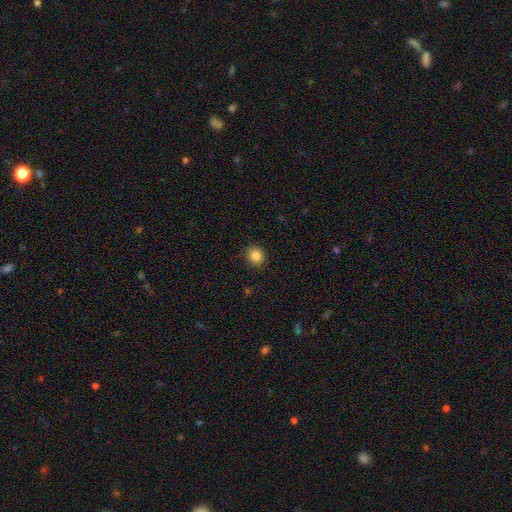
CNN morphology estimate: Smooth or featured? Predicted: smooth (p=0.85). How rounded? Predicted: round (p=0.82). Merging? Predicted: none (p=0.90).